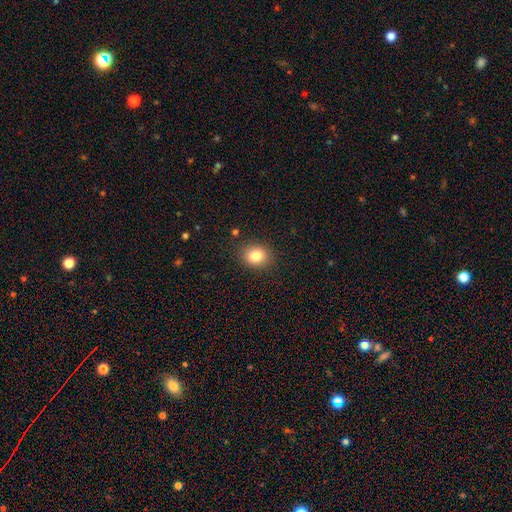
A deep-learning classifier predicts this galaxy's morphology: A smooth galaxy with no disk features (83%) that is round (57%).

Vote fractions:
- Smooth or featured? smooth: 83% / star or artifact: 10% / featured or disk: 7%
- How rounded? round: 57% / in between: 42% / cigar-shaped: 1%
- Merging? none: 87% / minor disturbance: 9% / major disturbance: 3% / merger: 1%